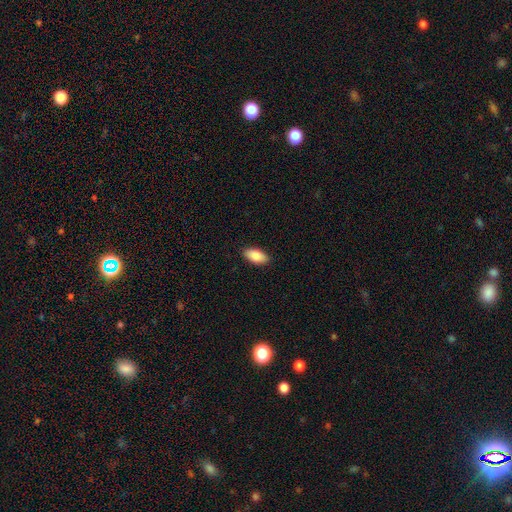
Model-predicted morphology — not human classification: Smooth or featured? Predicted: smooth (p=0.88). How rounded? Predicted: in between (p=0.93). Merging? Predicted: none (p=0.89).